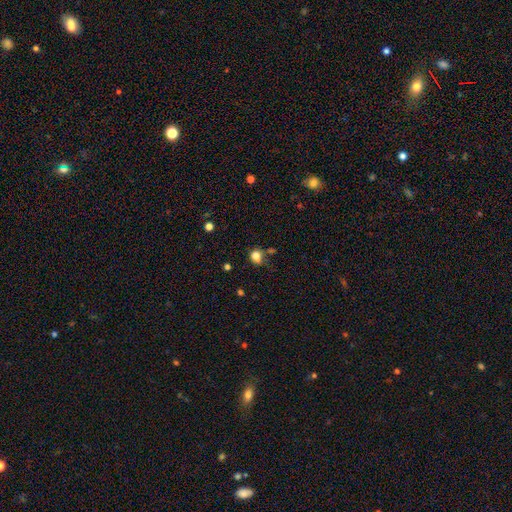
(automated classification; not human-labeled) Morphology: type=smooth (80%); roundness=round (70%); merging=none (56%).